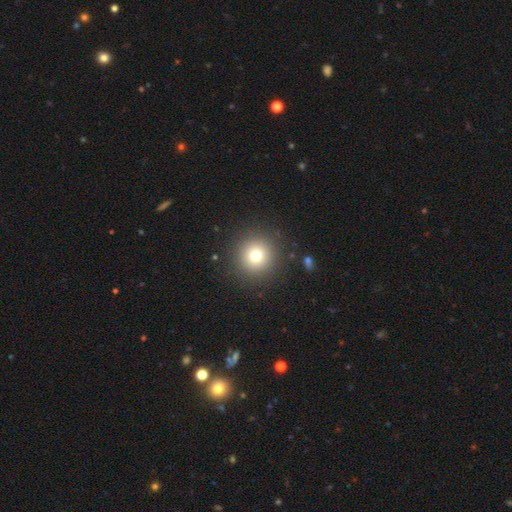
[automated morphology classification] A smooth galaxy with no disk features (76%) that is round (94%).

Vote fractions:
- Smooth or featured? smooth: 76% / star or artifact: 14% / featured or disk: 10%
- How rounded? round: 94% / in between: 5% / cigar-shaped: 1%
- Merging? none: 90% / minor disturbance: 6% / major disturbance: 3% / merger: 1%